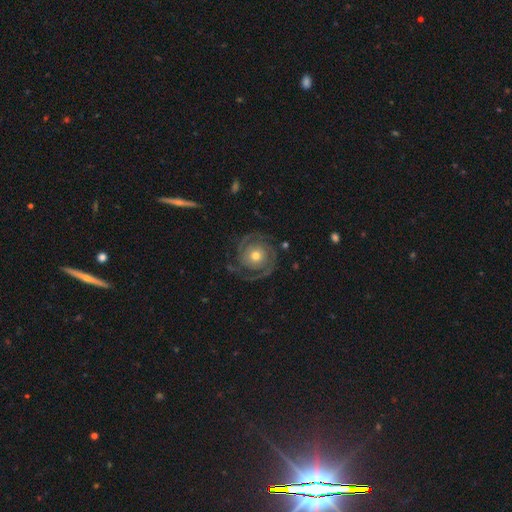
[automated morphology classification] smooth_or_featured: featured or disk (p=0.89) [alt: smooth p=0.06]
disk_edge_on: no (p=0.98) [alt: yes p=0.02]
bar: no (p=0.79) [alt: weak p=0.16]
has_spiral_arms: yes (p=0.97) [alt: no p=0.03]
spiral_winding: tight (p=0.64) [alt: medium p=0.29]
spiral_arm_count: 2 (p=0.74) [alt: 3 p=0.10]
bulge_size: moderate (p=0.68) [alt: small p=0.26]
merging: none (p=0.79) [alt: minor disturbance p=0.12]